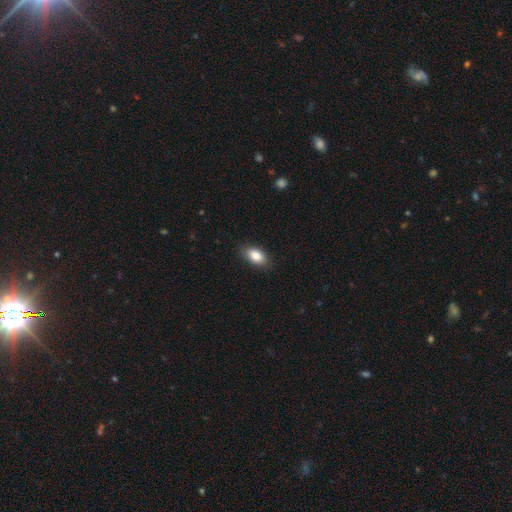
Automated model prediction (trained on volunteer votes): A smooth galaxy with no disk features (86%) that is in between round and cigar-shaped (91%). Merging: none (86%).